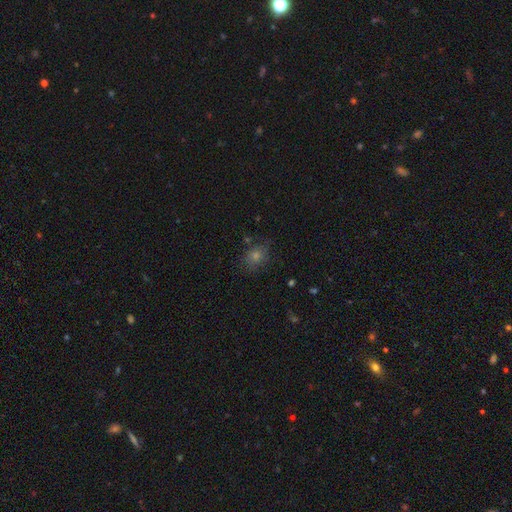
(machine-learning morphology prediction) This is possibly a smooth galaxy (52%). How rounded: possibly round (56%). Merging: likely none (78%).